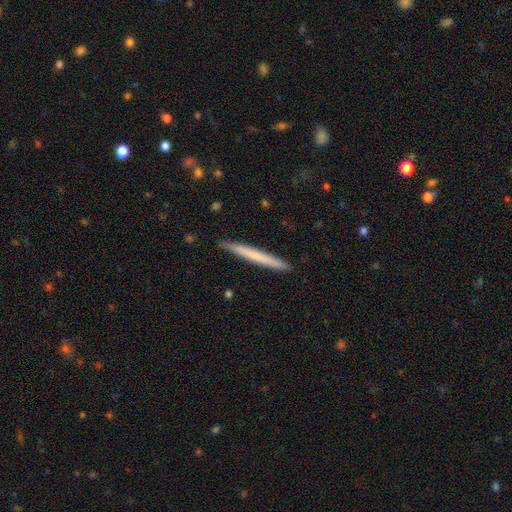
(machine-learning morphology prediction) smooth_or_featured: smooth (p=0.63) [alt: featured or disk p=0.32]
how_rounded: cigar-shaped (p=0.97) [alt: in between p=0.02]
merging: none (p=0.90) [alt: minor disturbance p=0.07]